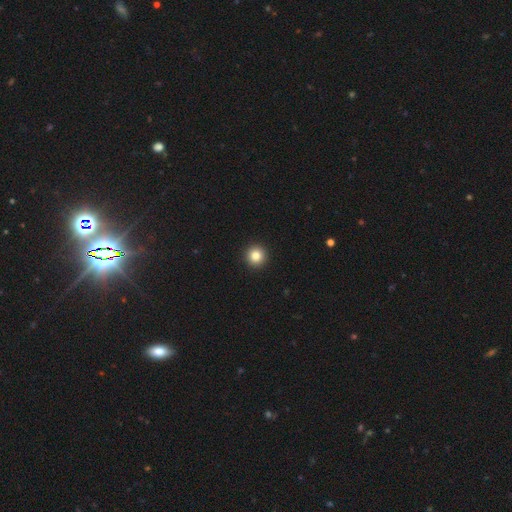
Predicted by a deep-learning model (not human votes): A smooth galaxy with no disk features (84%) that is round (96%).

Vote fractions:
- Smooth or featured? smooth: 84% / star or artifact: 11% / featured or disk: 6%
- How rounded? round: 96% / in between: 3% / cigar-shaped: 1%
- Merging? none: 94% / minor disturbance: 4% / major disturbance: 1% / merger: 1%